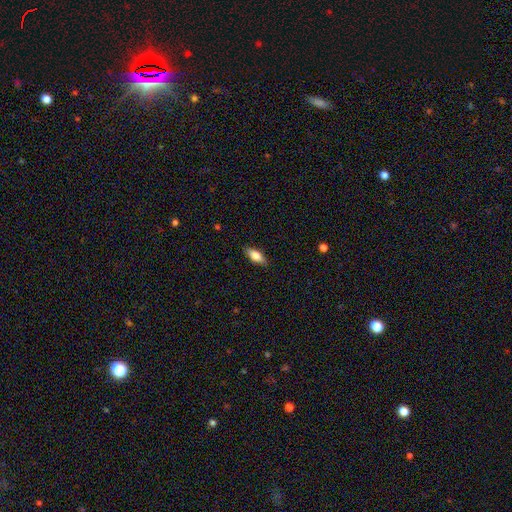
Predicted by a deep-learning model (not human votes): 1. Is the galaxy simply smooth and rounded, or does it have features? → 76% smooth, 17% featured or disk, 7% star or artifact.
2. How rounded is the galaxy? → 78% in between, 20% cigar-shaped, 3% round.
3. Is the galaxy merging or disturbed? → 86% none, 11% minor disturbance, 2% major disturbance, 1% merger.